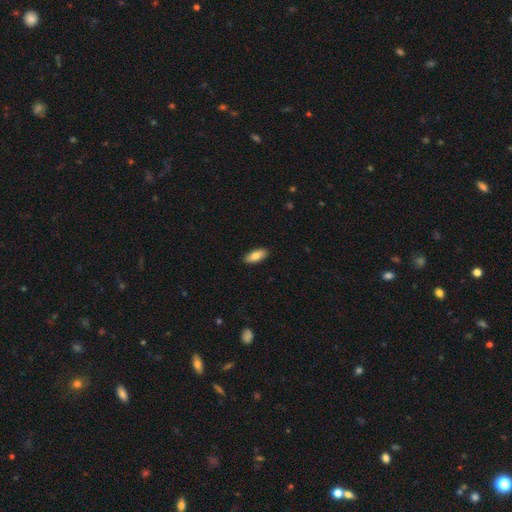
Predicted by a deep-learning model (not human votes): A smooth galaxy with no disk features (80%) that is in between round and cigar-shaped (80%). Merging: none (89%).